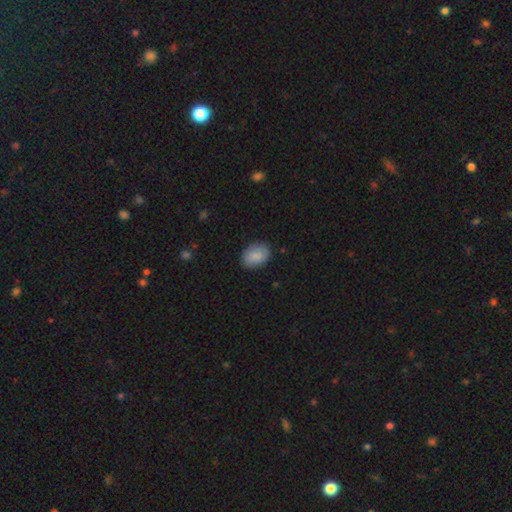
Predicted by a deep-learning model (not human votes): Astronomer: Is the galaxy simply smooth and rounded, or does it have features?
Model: smooth — 87%.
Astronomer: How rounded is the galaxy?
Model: in between — 78%.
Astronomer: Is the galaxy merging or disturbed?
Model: none — 84%.